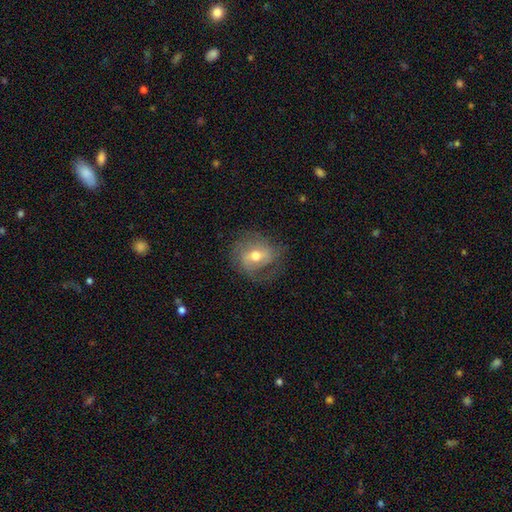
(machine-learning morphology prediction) A featured or disk galaxy (64%) with a weak bar (45%), spiral arms (80%) and a moderate central bulge (74%). Merging: none (61%).